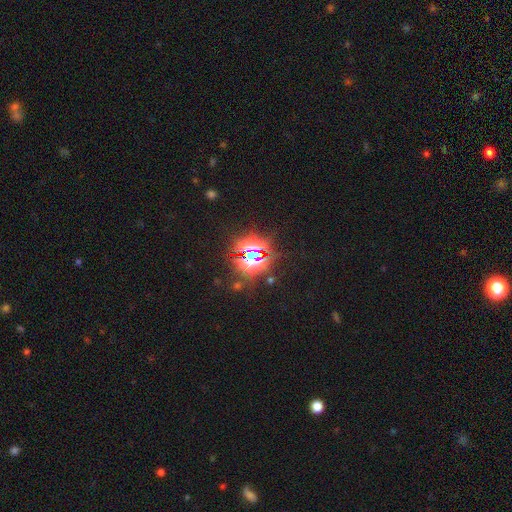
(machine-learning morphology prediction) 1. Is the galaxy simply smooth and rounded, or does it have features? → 84% star or artifact, 9% smooth, 7% featured or disk.